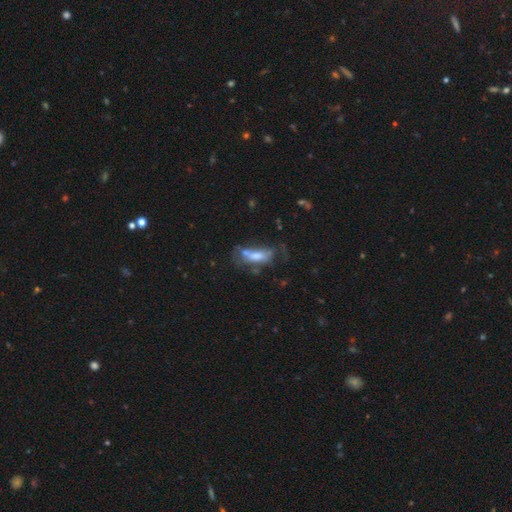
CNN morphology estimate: Smooth or featured? Predicted: smooth (p=0.48). Merging? Predicted: major disturbance (p=0.32).